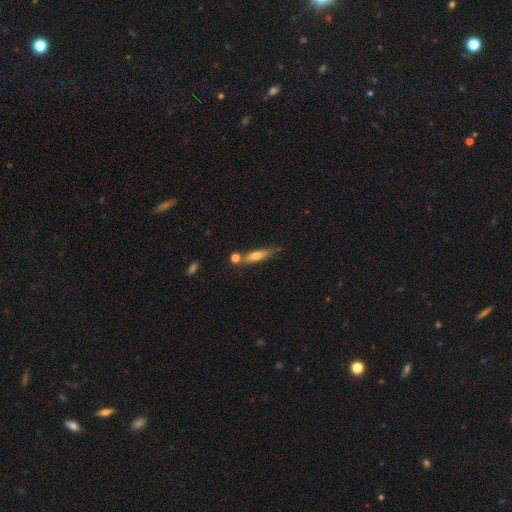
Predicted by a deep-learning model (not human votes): The model was most divided on "smooth or featured": smooth: 61%, featured or disk: 32%, star or artifact: 8%. More confident: how rounded — cigar-shaped (74%); merging — none (64%).